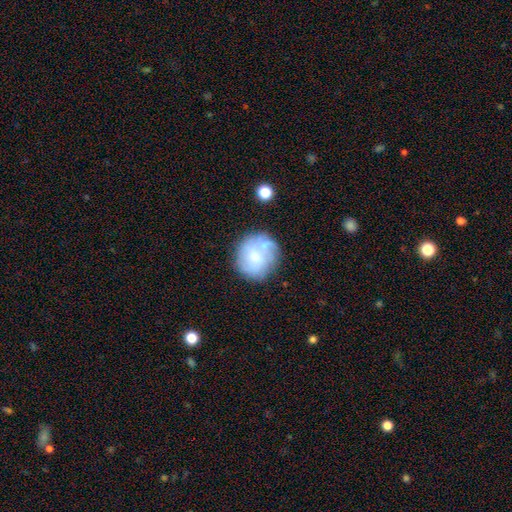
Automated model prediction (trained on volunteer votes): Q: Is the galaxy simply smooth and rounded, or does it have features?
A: smooth — 55%.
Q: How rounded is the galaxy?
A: round — 83%.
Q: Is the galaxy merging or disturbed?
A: none — 62%.